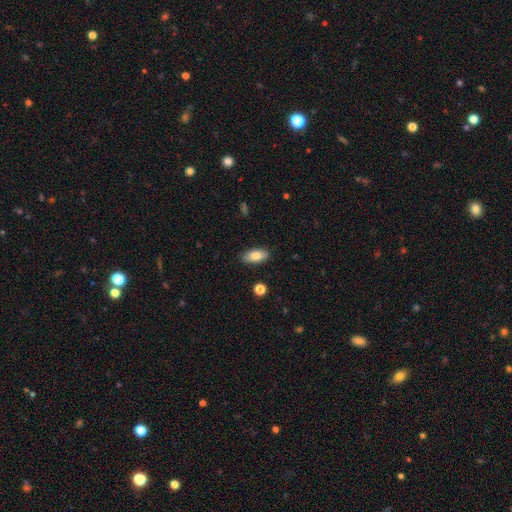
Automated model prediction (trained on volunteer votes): A smooth galaxy with no disk features (81%) that is in between round and cigar-shaped (87%).

Vote fractions:
- Smooth or featured? smooth: 81% / featured or disk: 12% / star or artifact: 7%
- How rounded? in between: 87% / cigar-shaped: 10% / round: 3%
- Merging? none: 87% / minor disturbance: 10% / major disturbance: 2% / merger: 1%